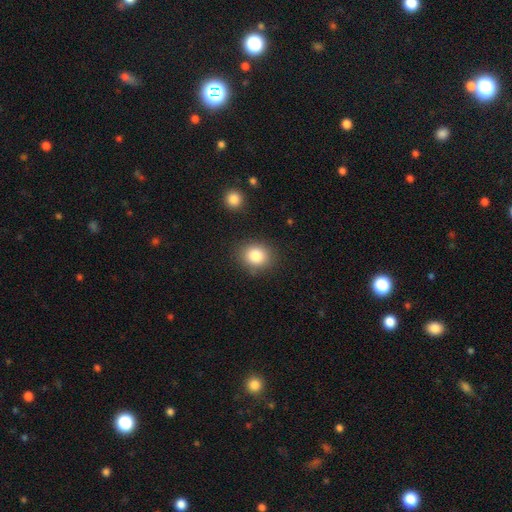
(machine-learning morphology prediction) The model was most divided on "how rounded": round: 66%, in between: 33%, cigar-shaped: 1%. More confident: merging — none (85%); smooth or featured — smooth (84%).